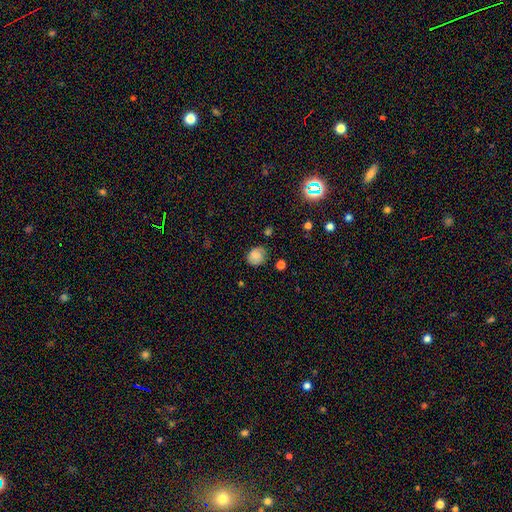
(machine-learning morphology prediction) Smooth or featured? Predicted: smooth (p=0.77). How rounded? Predicted: round (p=0.67). Merging? Predicted: none (p=0.71).